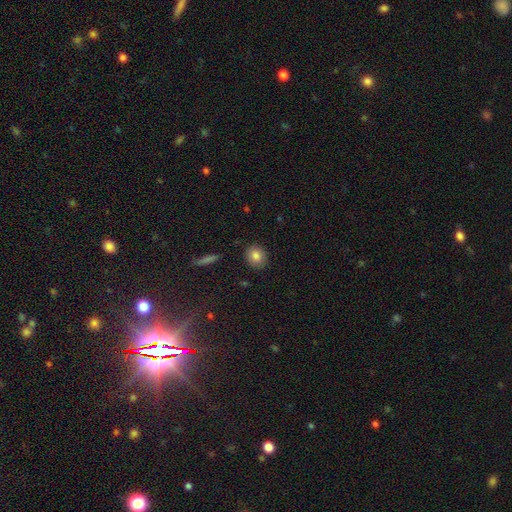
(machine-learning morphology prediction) Smooth or featured: smooth — 83% (star or artifact — 9%)
How rounded: round — 71% (in between — 28%)
Merging: none — 88% (minor disturbance — 8%)